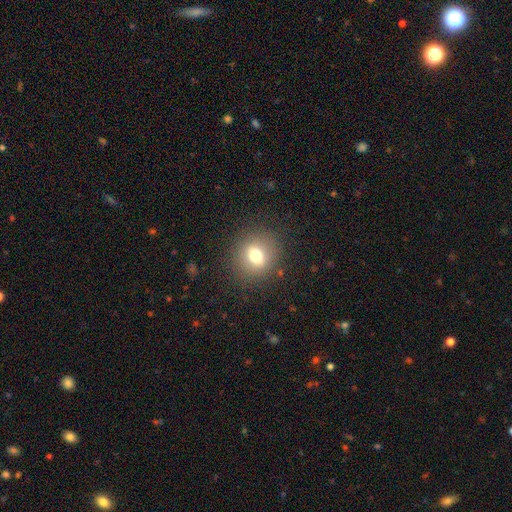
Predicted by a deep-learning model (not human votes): This appears to be a smooth galaxy with no disk features (70%) that is round (80%). Merging: none (86%).